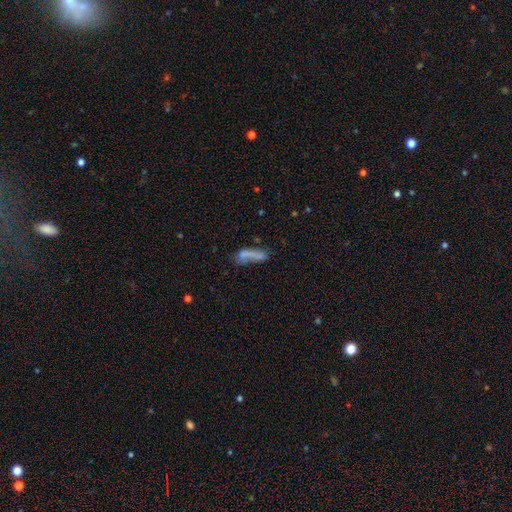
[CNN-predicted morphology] Smooth or featured? smooth (53%)
How rounded? cigar-shaped (64%)
Merging? none (51%)